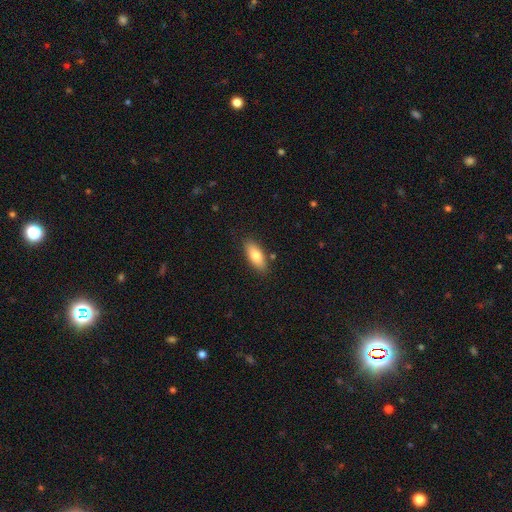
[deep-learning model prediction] Overall: smooth (78%). How rounded: in between (82%). Merging: none (84%).